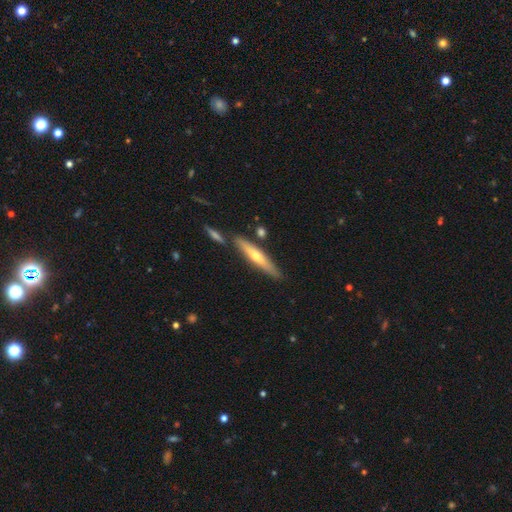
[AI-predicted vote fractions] Morphology: type=featured or disk (55%); edge-on=yes (90%); merging=none (82%).